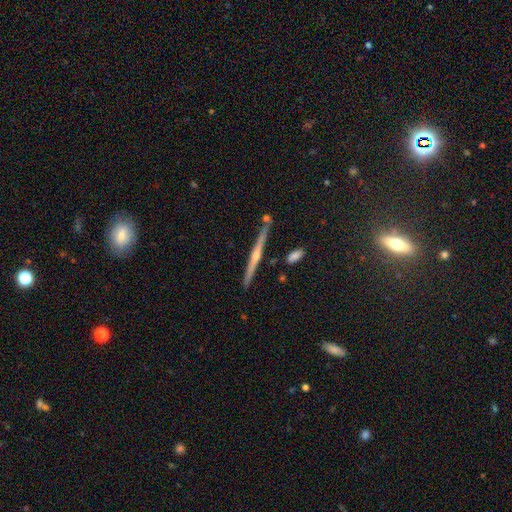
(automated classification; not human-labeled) smooth_or_featured: featured or disk (p=0.77) [alt: smooth p=0.12]
disk_edge_on: yes (p=0.97) [alt: no p=0.03]
edge_on_bulge: rounded (p=0.79) [alt: none p=0.14]
merging: none (p=0.90) [alt: minor disturbance p=0.07]